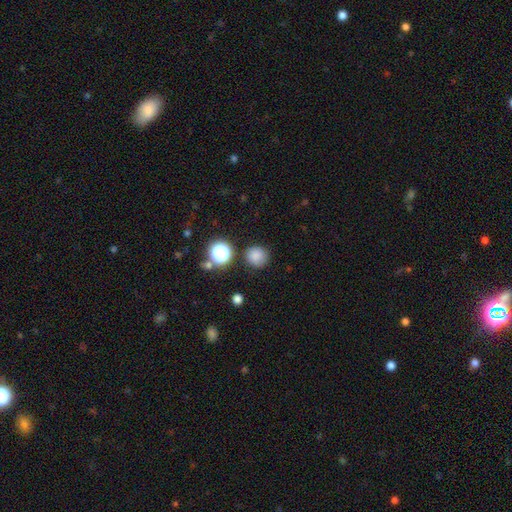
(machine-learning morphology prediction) Smooth or featured? smooth (80%)
How rounded? round (91%)
Merging? none (83%)